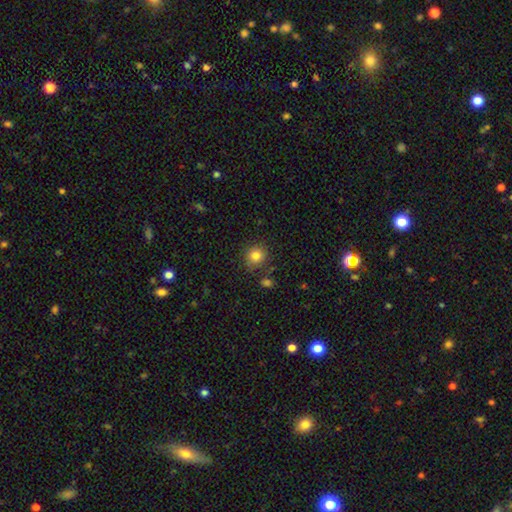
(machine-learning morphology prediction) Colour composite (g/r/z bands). It shows a smooth galaxy with no disk features (83%) that is round (89%). Merging: none (81%).